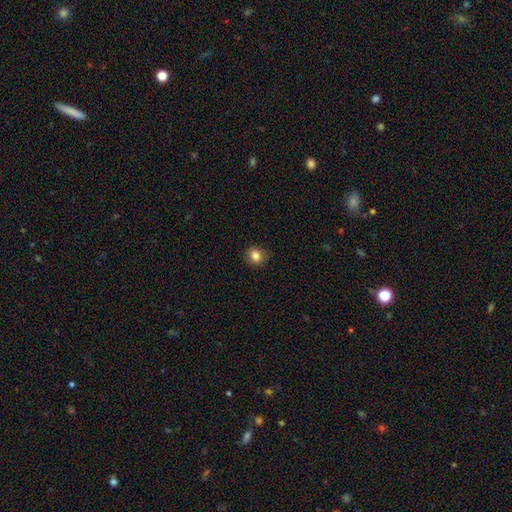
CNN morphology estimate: type=smooth (83%); roundness=round (73%); merging=none (89%).